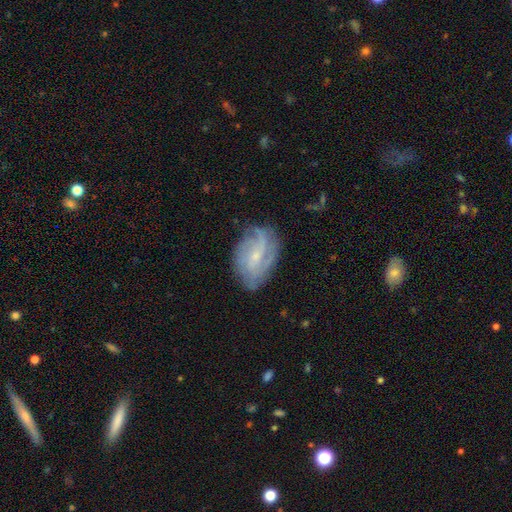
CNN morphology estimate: This appears to be a featured or disk galaxy (75%) with a weak bar (45%, tied with no), medium (40%) spiral arms (91%) and a small central bulge (70%). Merging: none (69%).